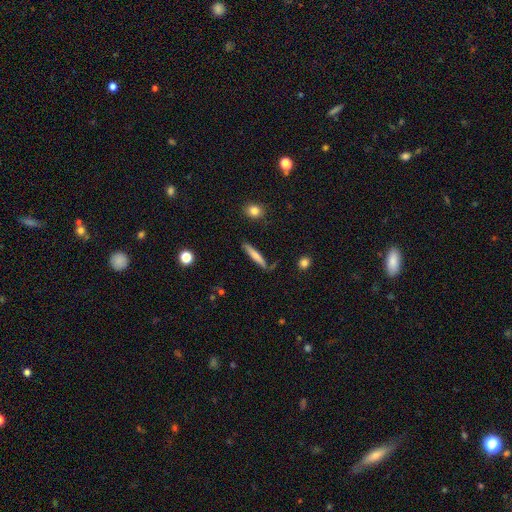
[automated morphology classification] Overall: smooth (62%; featured or disk 31%). How rounded: cigar-shaped (93%). Merging: none (82%).